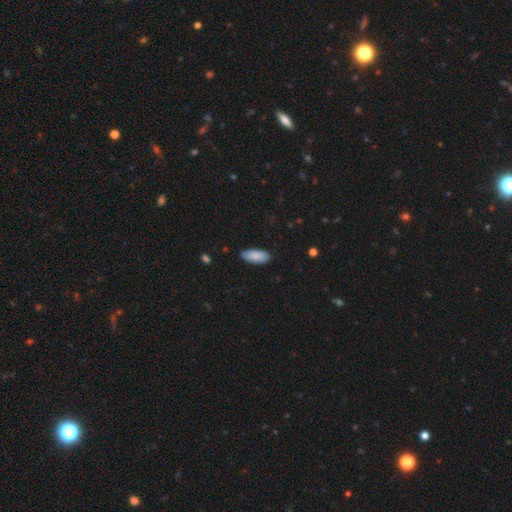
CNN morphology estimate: Smooth or featured? smooth (87%)
How rounded? in between (84%)
Merging? none (85%)